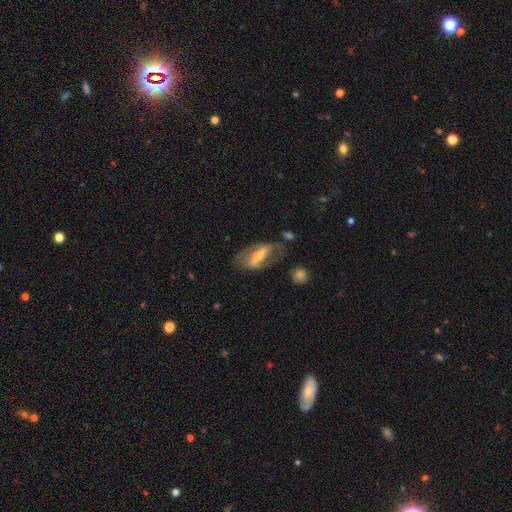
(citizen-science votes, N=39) A featured or disk galaxy (77%) with a strong bar (78%), no spiral arms (52%) and a small central bulge (48%).

Vote fractions:
- Smooth or featured? featured or disk: 77% / smooth: 23% / star or artifact: 0%
- Edge-on disk? no: 90% / yes: 10%
- Bar? strong: 78% / weak: 11% / no: 11%
- Spiral arms? no: 52% / yes: 48%
- Bulge size? small: 48% / moderate: 33% / none: 11% / large: 7% / dominant: 0%
- Merging? none: 67% / major disturbance: 21% / minor disturbance: 10% / merger: 3%